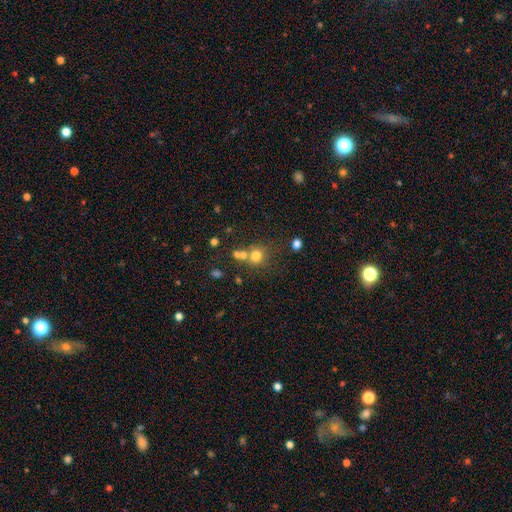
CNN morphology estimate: A smooth galaxy with no disk features (73%) that is round (85%).

Vote fractions:
- Smooth or featured? smooth: 73% / star or artifact: 16% / featured or disk: 11%
- How rounded? round: 85% / in between: 14% / cigar-shaped: 1%
- Merging? none: 52% / merger: 33% / minor disturbance: 10% / major disturbance: 5%